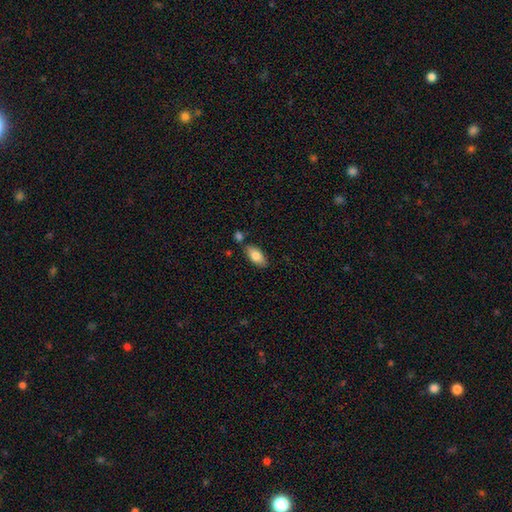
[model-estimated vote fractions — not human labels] Morphology: type=smooth (81%); roundness=in between (91%); merging=none (76%).